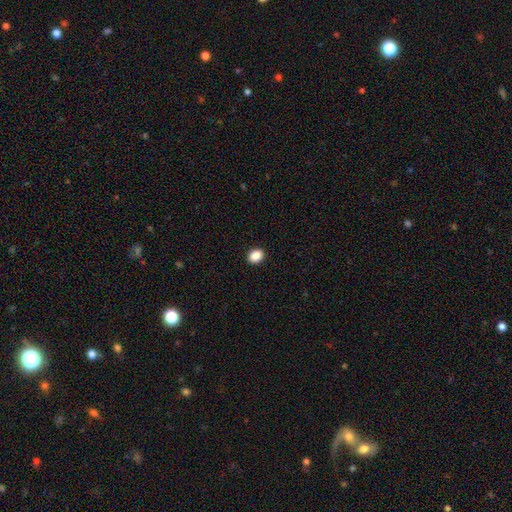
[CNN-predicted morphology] A smooth galaxy with no disk features (89%) that is in between round and cigar-shaped (58%). Merging: none (92%).